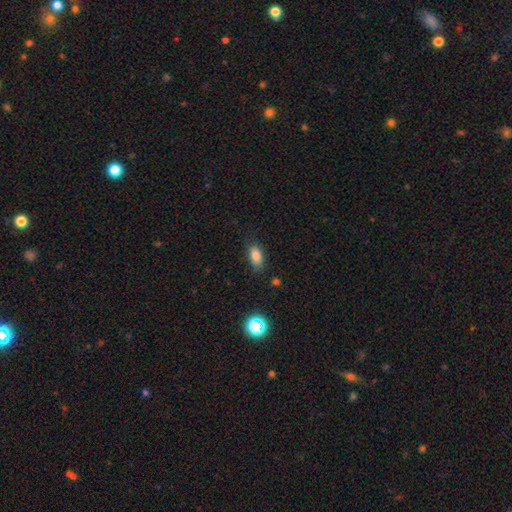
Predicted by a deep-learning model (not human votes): smooth 83%, star or artifact 10%, featured or disk 7%. Down the decision tree: how rounded — in between (86%); merging — none (75%).